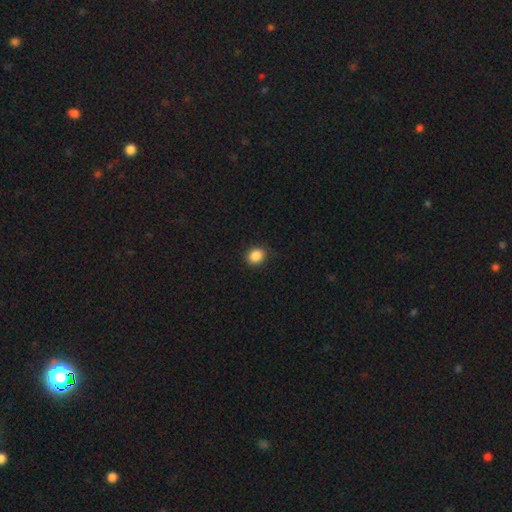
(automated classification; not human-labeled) smooth-or-featured: smooth: 88% | star or artifact: 9% | featured or disk: 3%
  how-rounded: round: 56% | in between: 43% | cigar-shaped: 1%
  merging: none: 86% | minor disturbance: 10% | major disturbance: 2% | merger: 1%